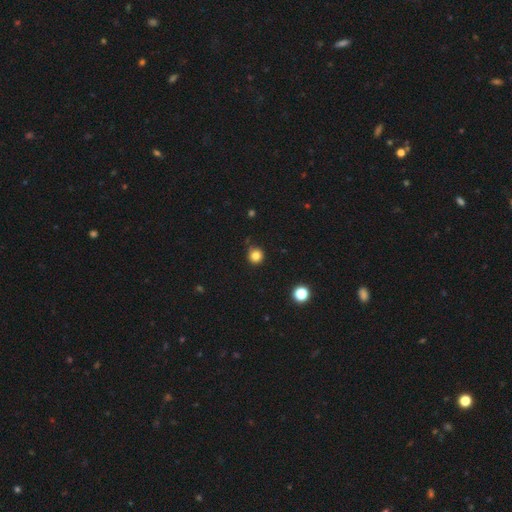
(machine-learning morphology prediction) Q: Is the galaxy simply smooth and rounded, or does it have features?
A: smooth — 82%.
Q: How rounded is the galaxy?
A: round — 93%.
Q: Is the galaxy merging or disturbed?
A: none — 83%.